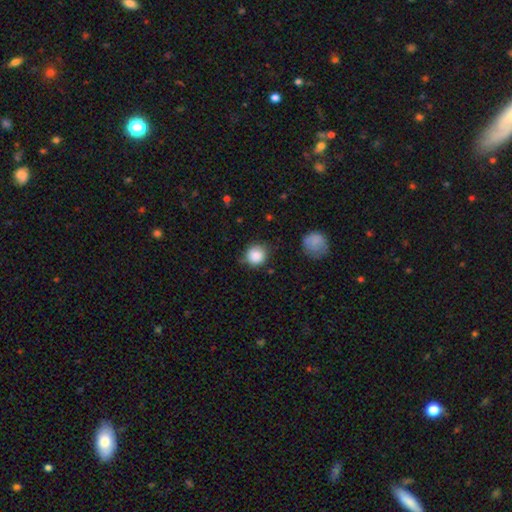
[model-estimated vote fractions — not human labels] This is clearly a smooth galaxy (86%). How rounded: clearly round (89%). Merging: likely none (74%).